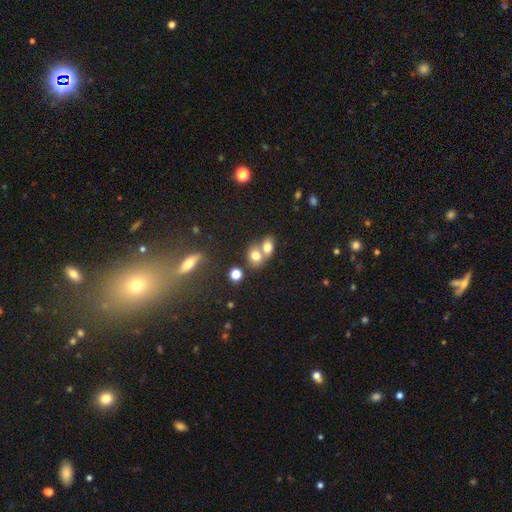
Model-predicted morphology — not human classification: This appears to be a smooth galaxy with no disk features (74%) that is in between round and cigar-shaped (54%). Merging: merger (62%).